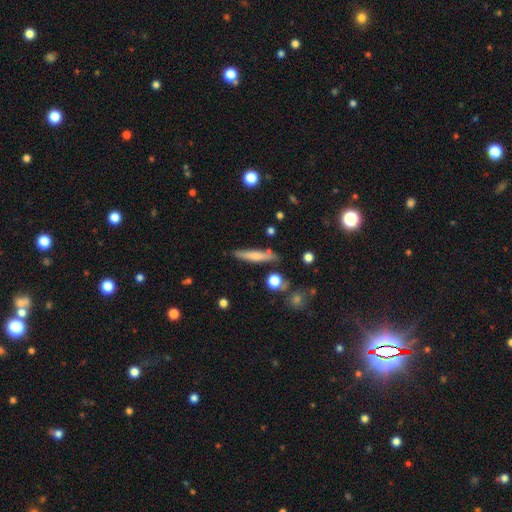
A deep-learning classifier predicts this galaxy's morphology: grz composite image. It shows a smooth galaxy with no disk features (63%) that is cigar-shaped (89%). Merging: none (81%).